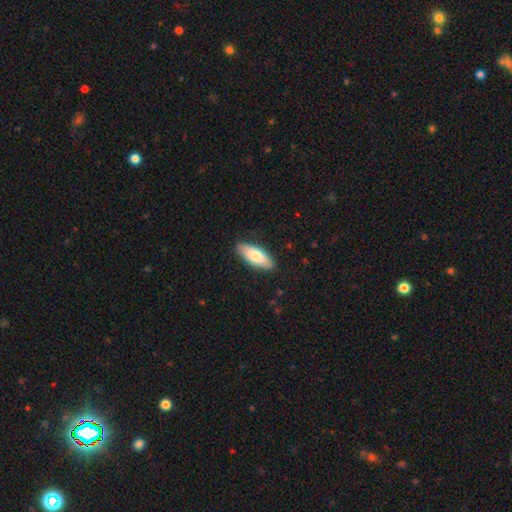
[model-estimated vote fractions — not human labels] Smooth or featured? smooth (78%)
How rounded? in between (70%)
Merging? none (88%)